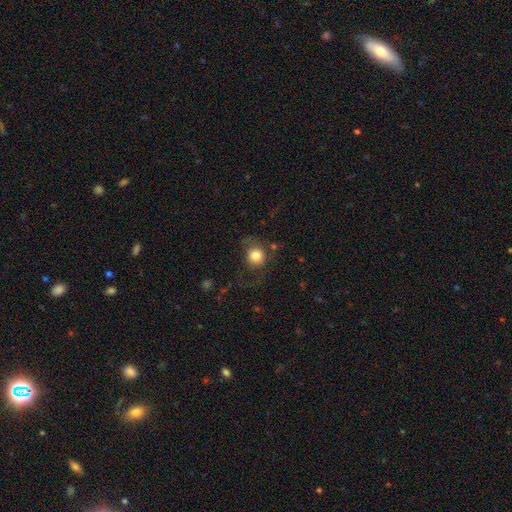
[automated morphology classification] smooth-or-featured: smooth: 78% | featured or disk: 12% | star or artifact: 9%
  how-rounded: round: 82% | in between: 17% | cigar-shaped: 1%
  merging: none: 59% | minor disturbance: 19% | major disturbance: 19% | merger: 3%